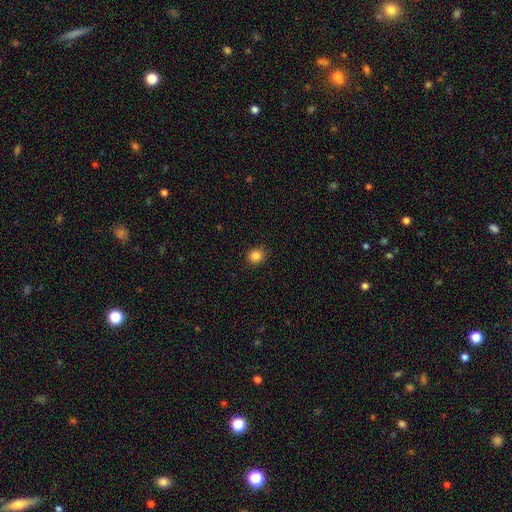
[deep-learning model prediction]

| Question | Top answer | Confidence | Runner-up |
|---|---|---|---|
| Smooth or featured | smooth | 85% | star or artifact (11%) |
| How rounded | round | 72% | in between (27%) |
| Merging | none | 87% | minor disturbance (10%) |